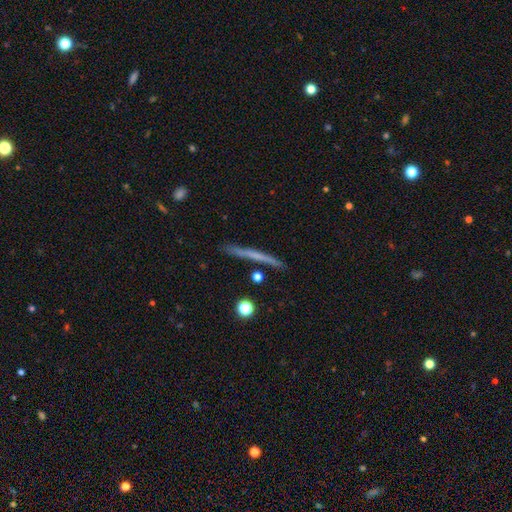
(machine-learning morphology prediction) This appears to be a smooth galaxy with no disk features (47%). Merging: none (87%).